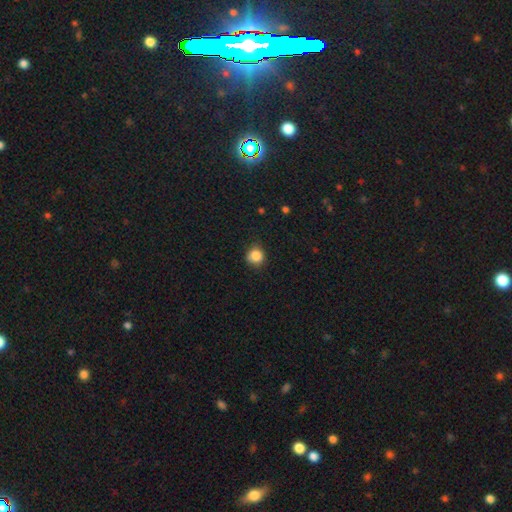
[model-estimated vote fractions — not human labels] This appears to be a smooth galaxy with no disk features (85%) that is round (88%). Merging: none (79%).